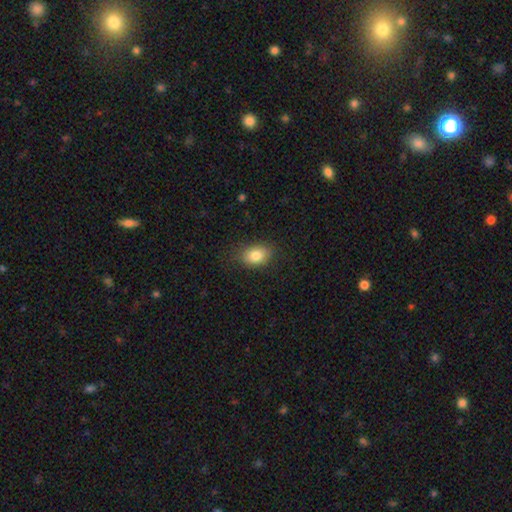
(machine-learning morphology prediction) This is clearly a smooth galaxy (82%). How rounded: likely in between (77%). Merging: clearly none (83%).